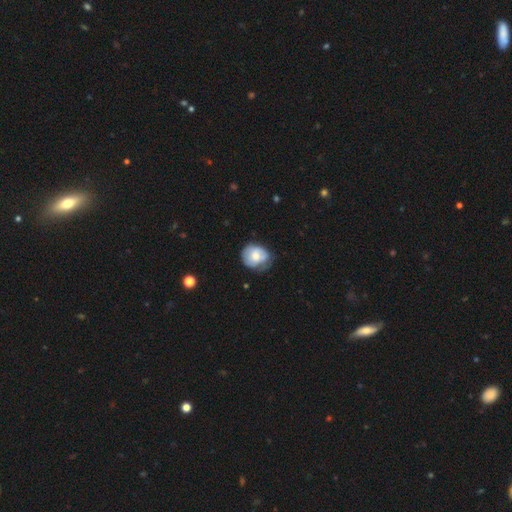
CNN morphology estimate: Smooth or featured?
  - smooth: 58% *
  - featured or disk: 35%
  - star or artifact: 7%
How rounded?
  - round: 70% *
  - in between: 29%
  - cigar-shaped: 1%
Merging?
  - none: 53% *
  - minor disturbance: 33%
  - major disturbance: 11%
  - merger: 3%